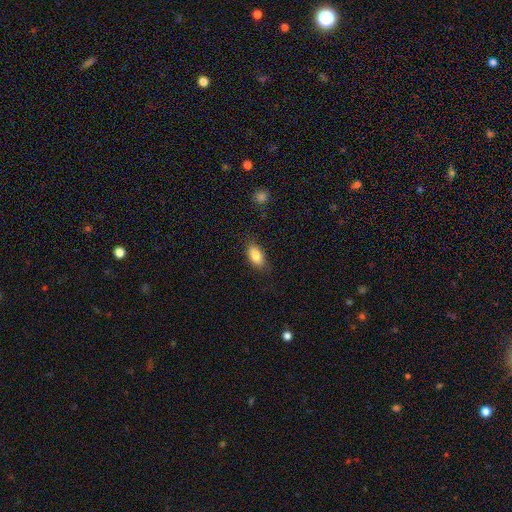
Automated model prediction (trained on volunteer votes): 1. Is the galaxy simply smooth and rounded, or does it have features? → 83% smooth, 10% featured or disk, 7% star or artifact.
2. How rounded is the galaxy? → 89% in between, 6% cigar-shaped, 5% round.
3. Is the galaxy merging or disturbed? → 79% none, 15% minor disturbance, 4% major disturbance, 1% merger.